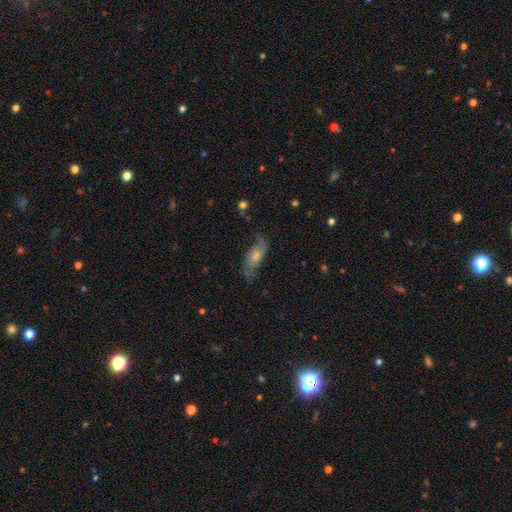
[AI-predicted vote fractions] Smooth or featured: featured or disk — 61% (smooth — 31%)
Edge-on disk: no — 86% (yes — 14%)
Bar: no — 66% (weak — 28%)
Spiral arms: yes — 87% (no — 13%)
Bulge size: moderate — 42% (small — 36%)
Merging: none — 61% (minor disturbance — 23%)